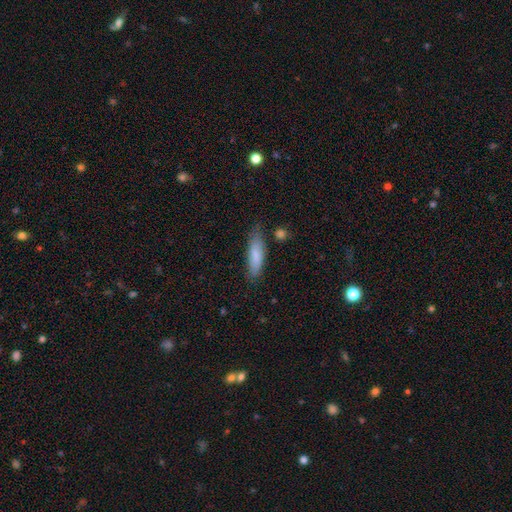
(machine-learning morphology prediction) smooth_or_featured: smooth (p=0.80) [alt: featured or disk p=0.14]
how_rounded: cigar-shaped (p=0.54) [alt: in between p=0.45]
merging: none (p=0.71) [alt: minor disturbance p=0.22]